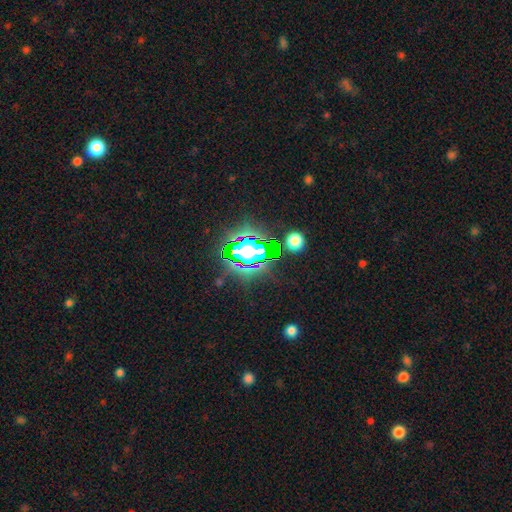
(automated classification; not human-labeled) Overall: star or artifact (75%).